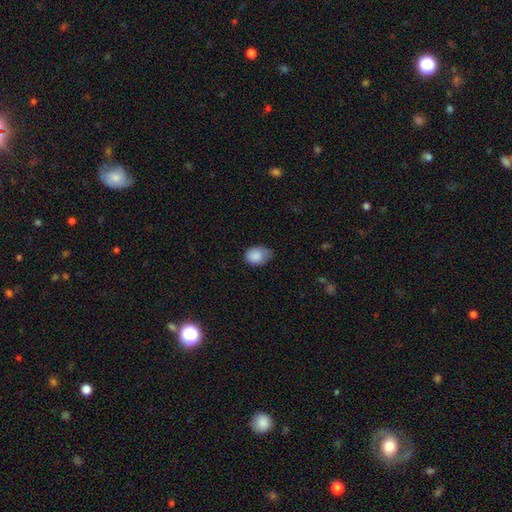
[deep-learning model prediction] A smooth galaxy with no disk features (86%) that is in between round and cigar-shaped (71%).

Vote fractions:
- Smooth or featured? smooth: 86% / star or artifact: 7% / featured or disk: 6%
- How rounded? in between: 71% / round: 28% / cigar-shaped: 1%
- Merging? none: 46% / minor disturbance: 42% / major disturbance: 10% / merger: 2%